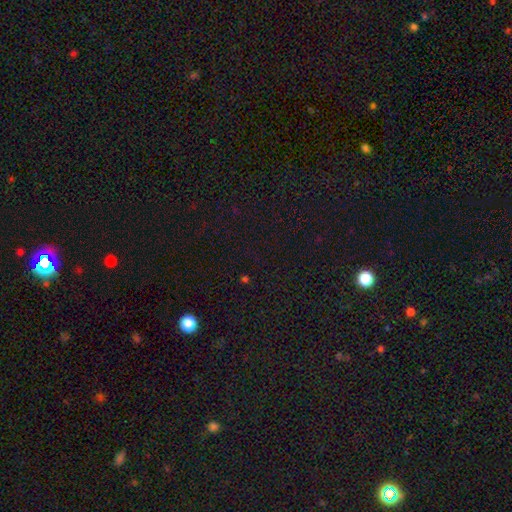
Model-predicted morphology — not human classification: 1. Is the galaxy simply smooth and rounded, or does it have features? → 68% star or artifact, 26% smooth, 6% featured or disk.